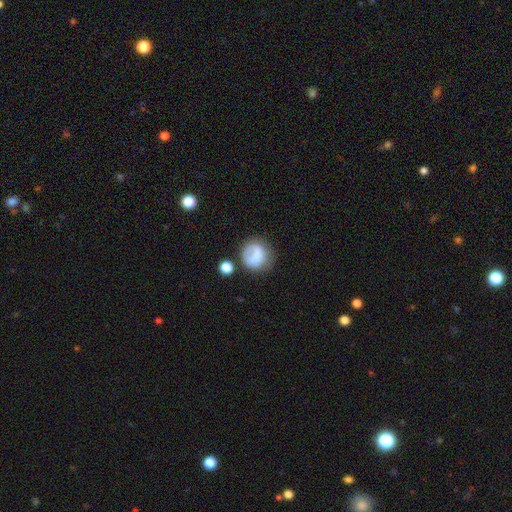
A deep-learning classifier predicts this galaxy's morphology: Q: Smooth or featured?
A: smooth (70%); runner-up: featured or disk (20%)
Q: How rounded?
A: round (82%); runner-up: in between (17%)
Q: Merging?
A: none (55%); runner-up: minor disturbance (23%)